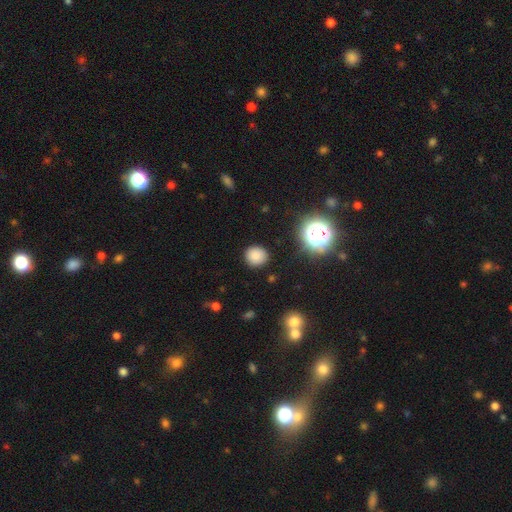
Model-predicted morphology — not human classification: Smooth or featured? smooth (81%)
How rounded? round (86%)
Merging? none (89%)